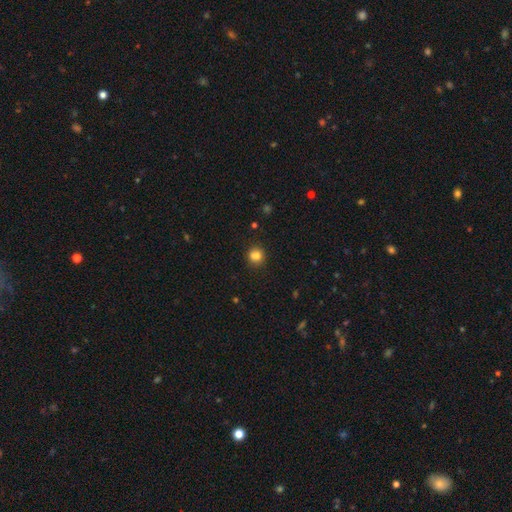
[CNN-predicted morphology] This is clearly a smooth galaxy (82%). How rounded: clearly round (80%). Merging: likely none (75%).